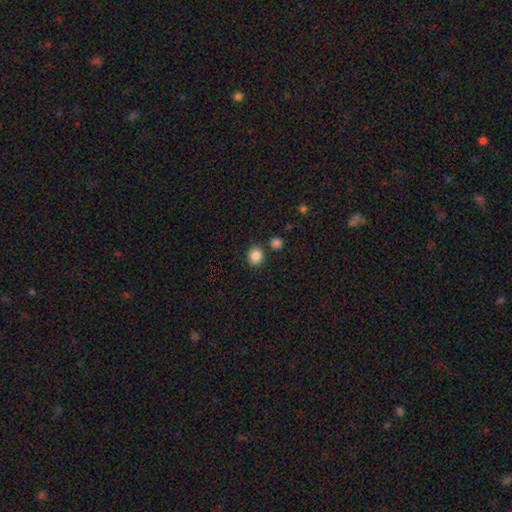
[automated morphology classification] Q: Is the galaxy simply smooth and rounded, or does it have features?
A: smooth — 86%.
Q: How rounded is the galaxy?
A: round — 81%.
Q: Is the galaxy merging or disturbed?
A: none — 82%.